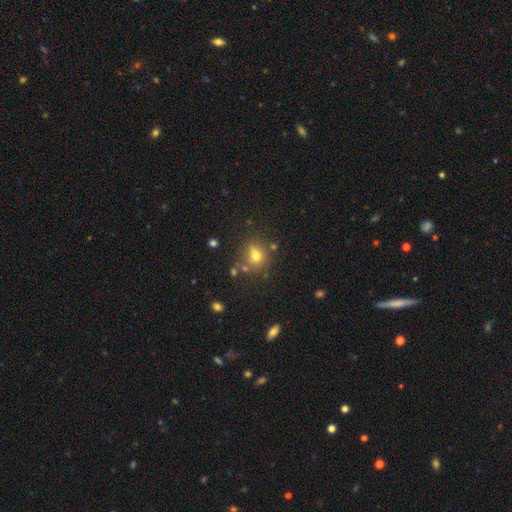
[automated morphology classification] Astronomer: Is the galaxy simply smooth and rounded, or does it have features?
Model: smooth — 66%.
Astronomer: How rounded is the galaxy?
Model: round — 77%.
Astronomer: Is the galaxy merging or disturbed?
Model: none — 64%.